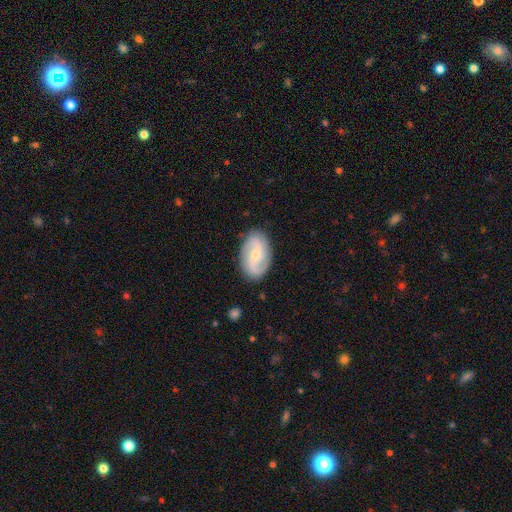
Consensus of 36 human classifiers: smooth-or-featured: featured or disk: 83% | smooth: 14% | star or artifact: 3%
  disk-edge-on: no: 100% | yes: 0%
    bar: no: 53% | weak: 40% | strong: 7%
    has-spiral-arms: yes: 93% | no: 7%
      spiral-winding: medium: 50% | loose: 43% | tight: 7%
      spiral-arm-count: 2: 96% | can't tell: 4% | 1: 0% | 3: 0% | 4: 0% | more than 4: 0%
    bulge-size: small: 77% | moderate: 23% | dominant: 0% | large: 0% | none: 0%
  merging: none: 91% | minor disturbance: 9% | major disturbance: 0% | merger: 0%